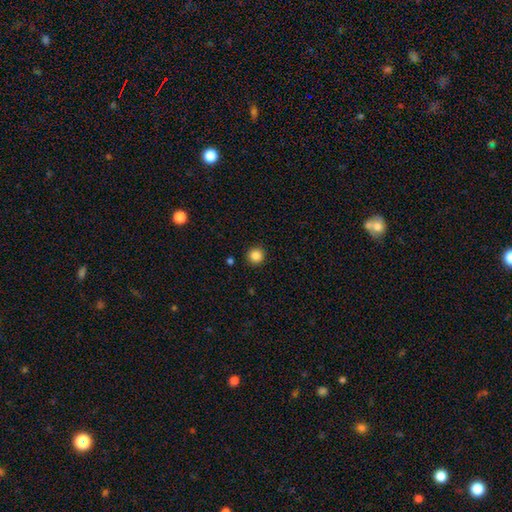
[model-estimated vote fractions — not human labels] Smooth or featured? Predicted: smooth (p=0.86). How rounded? Predicted: round (p=0.95). Merging? Predicted: none (p=0.92).